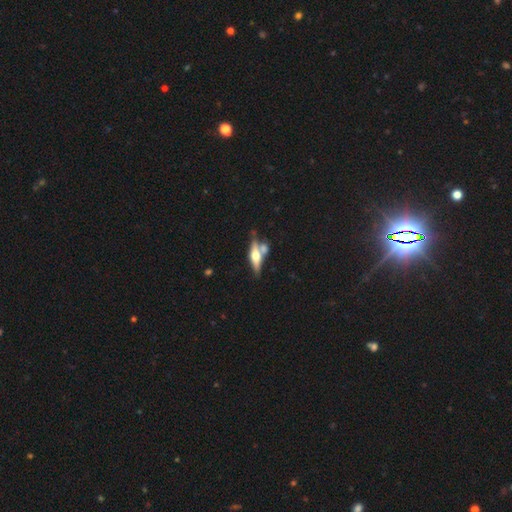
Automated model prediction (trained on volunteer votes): Smooth or featured?
  - featured or disk: 62% *
  - smooth: 32%
  - star or artifact: 7%
Edge-on disk?
  - yes: 92% *
  - no: 8%
Edge-on bulge?
  - rounded: 91% *
  - boxy: 6%
  - none: 3%
Merging?
  - none: 55% *
  - merger: 27%
  - minor disturbance: 13%
  - major disturbance: 5%